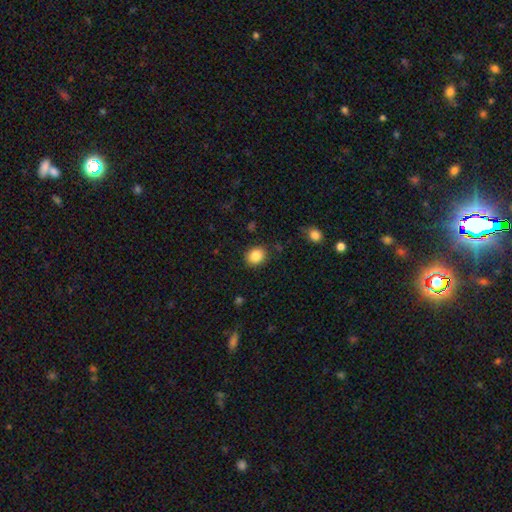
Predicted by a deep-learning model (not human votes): Smooth or featured? smooth (85%)
How rounded? round (62%)
Merging? none (87%)